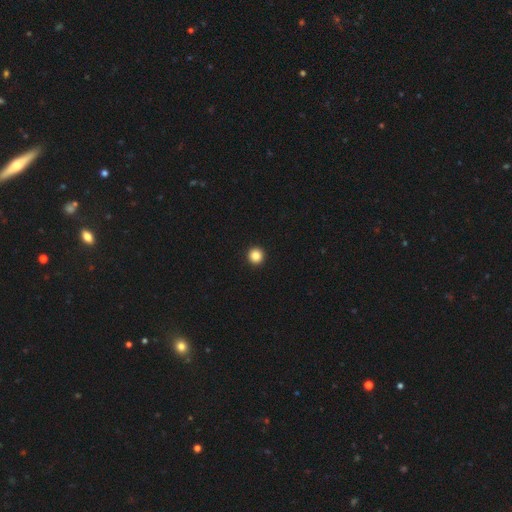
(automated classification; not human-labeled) Q: Smooth or featured?
A: smooth (86%); runner-up: star or artifact (10%)
Q: How rounded?
A: round (96%); runner-up: in between (3%)
Q: Merging?
A: none (95%); runner-up: minor disturbance (3%)